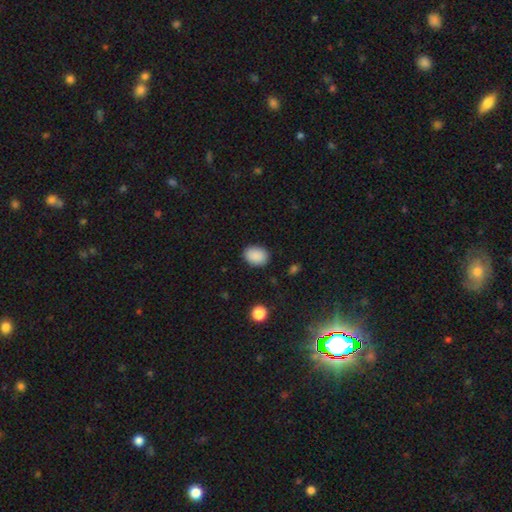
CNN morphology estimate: smooth_or_featured: smooth (p=0.89) [alt: star or artifact p=0.08]
how_rounded: in between (p=0.68) [alt: round p=0.31]
merging: none (p=0.87) [alt: minor disturbance p=0.09]